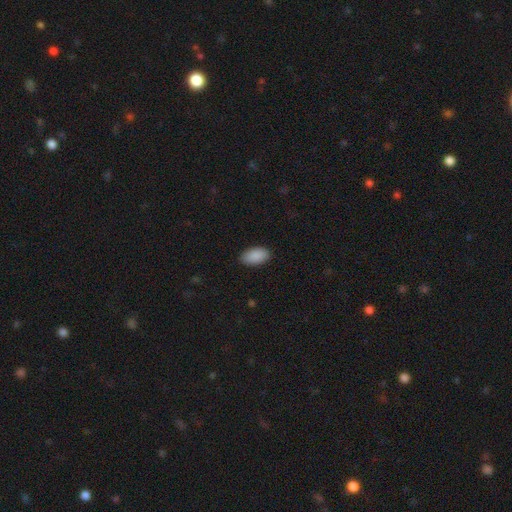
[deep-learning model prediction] A smooth galaxy with no disk features (90%) that is in between round and cigar-shaped (95%).

Vote fractions:
- Smooth or featured? smooth: 90% / star or artifact: 6% / featured or disk: 3%
- How rounded? in between: 95% / round: 3% / cigar-shaped: 2%
- Merging? none: 88% / minor disturbance: 9% / major disturbance: 2% / merger: 1%